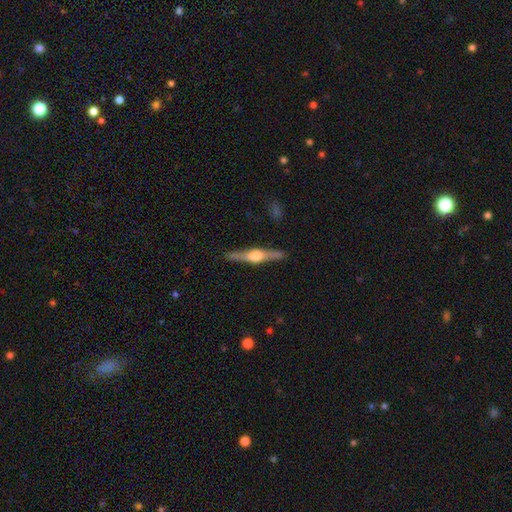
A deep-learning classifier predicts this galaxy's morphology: Smooth or featured? featured or disk (78%)
Edge-on disk? yes (98%)
Edge-on bulge? rounded (93%)
Merging? none (89%)